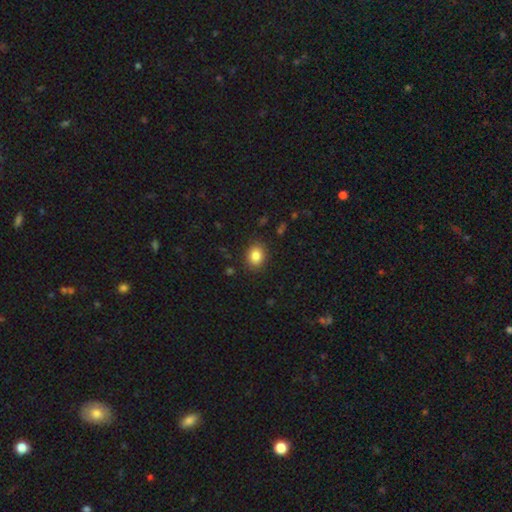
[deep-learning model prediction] Overall: smooth (84%). How rounded: in between (50%; round 49%). Merging: none (87%).